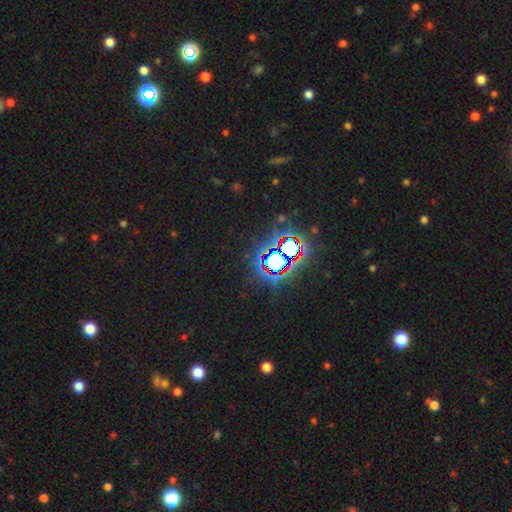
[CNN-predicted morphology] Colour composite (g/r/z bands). It shows a star or artifact, not a galaxy (82%).